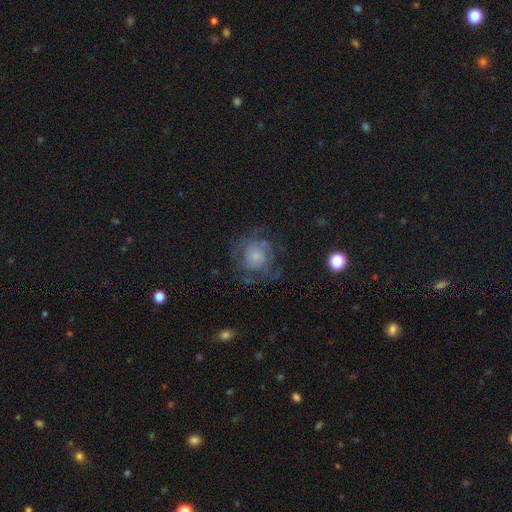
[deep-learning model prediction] Smooth or featured: featured or disk — 49% (smooth — 39%)
Merging: none — 58% (major disturbance — 20%)